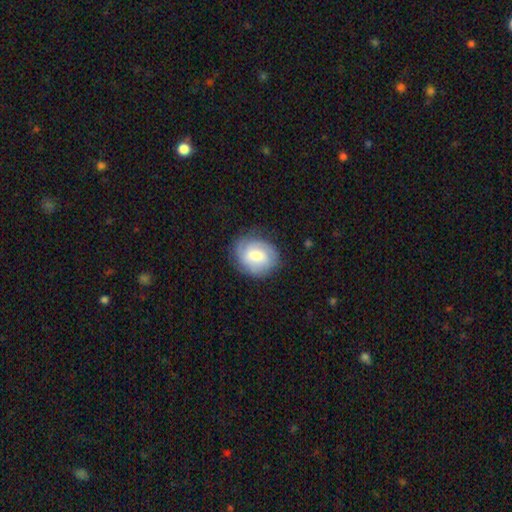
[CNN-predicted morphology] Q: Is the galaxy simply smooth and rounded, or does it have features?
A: featured or disk — 47%.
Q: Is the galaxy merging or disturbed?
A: none — 75%.